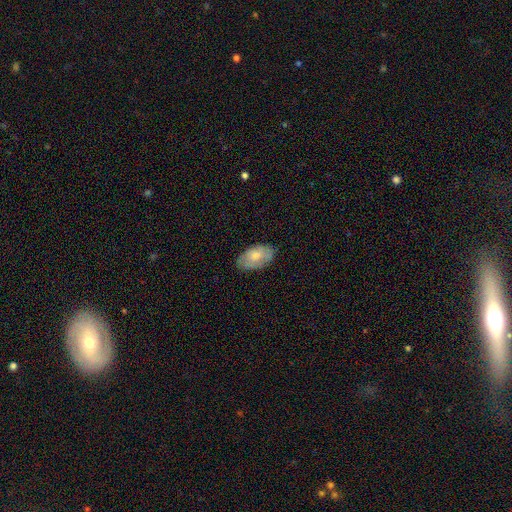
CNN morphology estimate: smooth-or-featured: smooth: 68% | featured or disk: 26% | star or artifact: 6%
  how-rounded: in between: 93% | round: 6% | cigar-shaped: 2%
  merging: none: 76% | minor disturbance: 19% | major disturbance: 4% | merger: 1%